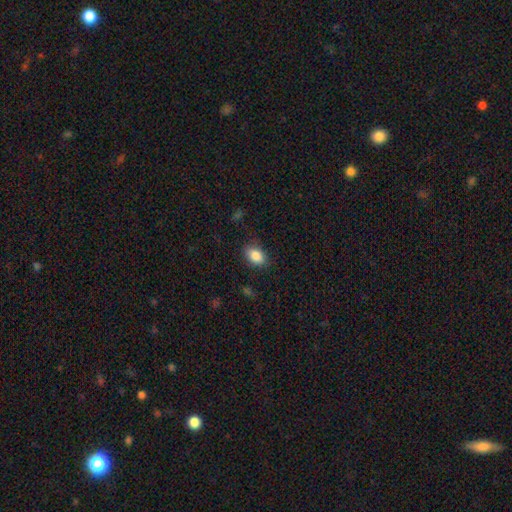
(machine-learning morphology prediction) This is clearly a smooth galaxy (87%). How rounded: clearly in between (85%). Merging: clearly none (83%).